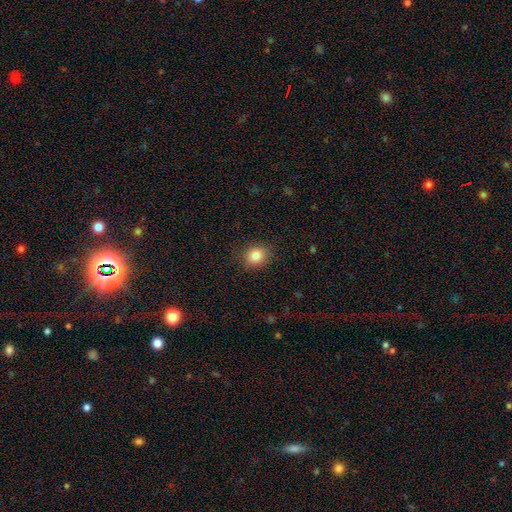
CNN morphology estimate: Smooth or featured: smooth — 84% (star or artifact — 10%)
How rounded: round — 66% (in between — 33%)
Merging: none — 88% (minor disturbance — 8%)